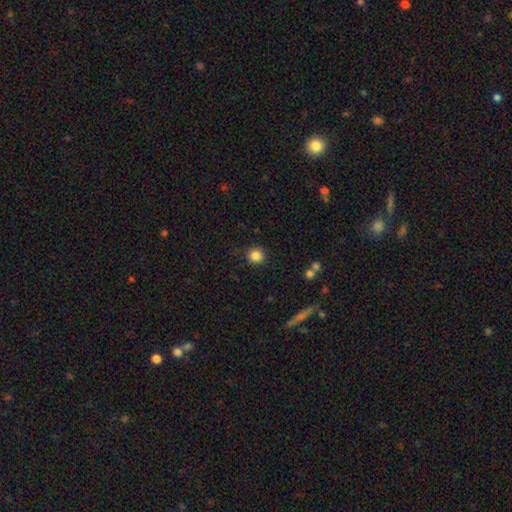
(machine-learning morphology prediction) Smooth or featured?
  - smooth: 85% *
  - star or artifact: 11%
  - featured or disk: 4%
How rounded?
  - round: 93% *
  - in between: 6%
  - cigar-shaped: 1%
Merging?
  - none: 89% *
  - minor disturbance: 7%
  - major disturbance: 2%
  - merger: 2%